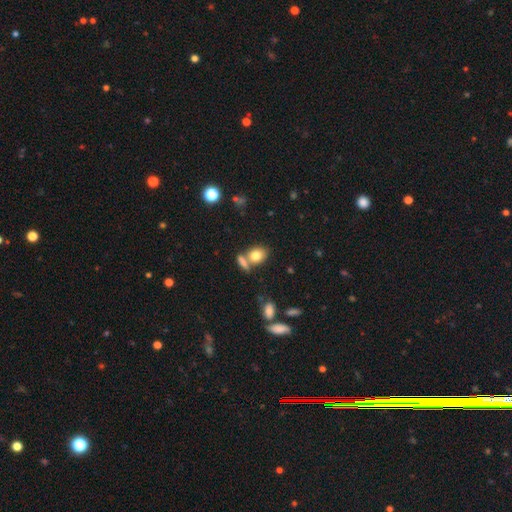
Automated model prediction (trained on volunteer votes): This appears to be a smooth galaxy with no disk features (79%) that is in between round and cigar-shaped (55%). Merging: none (54%).